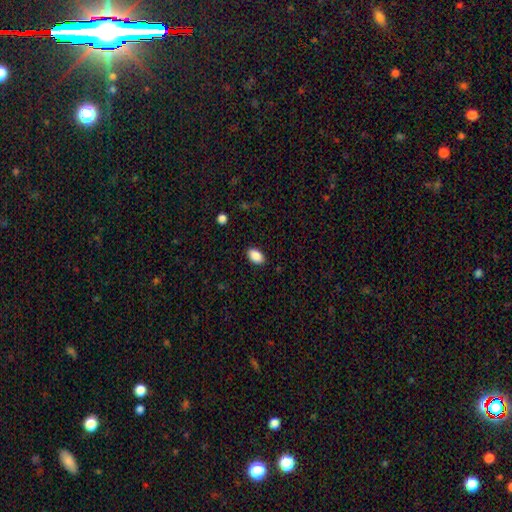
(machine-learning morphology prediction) smooth-or-featured: smooth: 89% | star or artifact: 7% | featured or disk: 3%
  how-rounded: in between: 92% | round: 7% | cigar-shaped: 1%
  merging: none: 88% | minor disturbance: 8% | major disturbance: 2% | merger: 1%